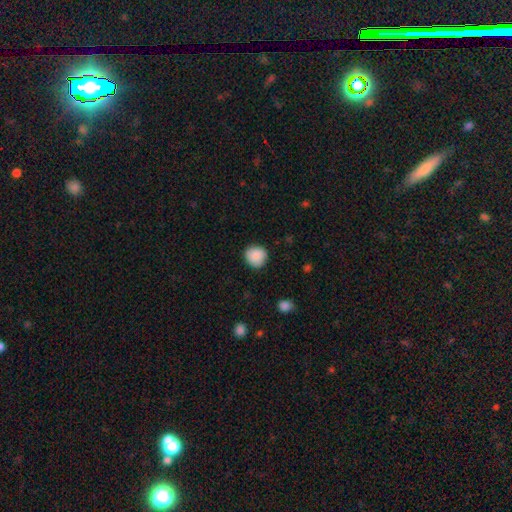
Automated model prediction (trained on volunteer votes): smooth 89%, star or artifact 8%, featured or disk 4%. Down the decision tree: how rounded — round (90%); merging — none (86%).